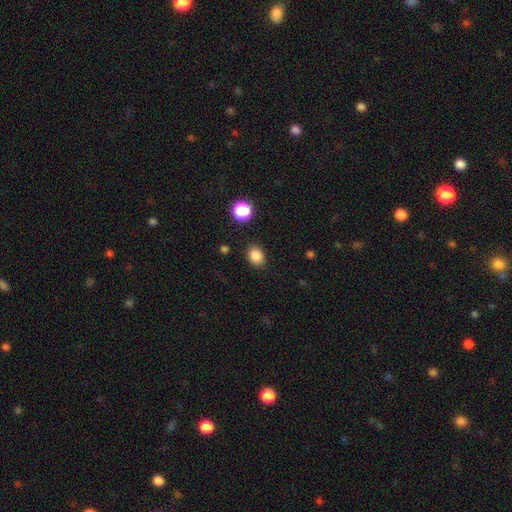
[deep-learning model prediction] Smooth or featured?
  - smooth: 85% *
  - star or artifact: 11%
  - featured or disk: 4%
How rounded?
  - round: 52% *
  - in between: 47%
  - cigar-shaped: 1%
Merging?
  - none: 87% *
  - minor disturbance: 9%
  - major disturbance: 3%
  - merger: 2%